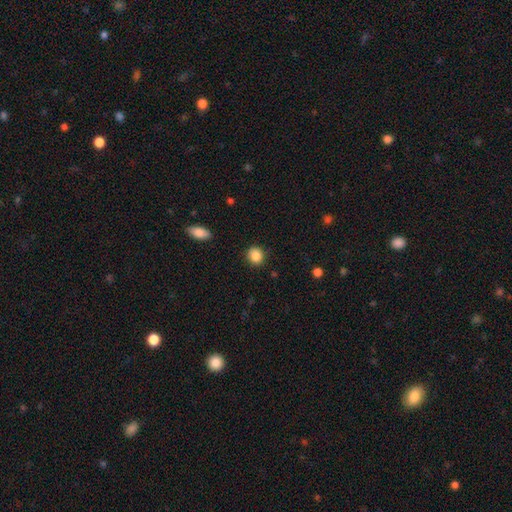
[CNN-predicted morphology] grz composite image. It shows a smooth galaxy with no disk features (88%) that is round (74%). Merging: none (88%).